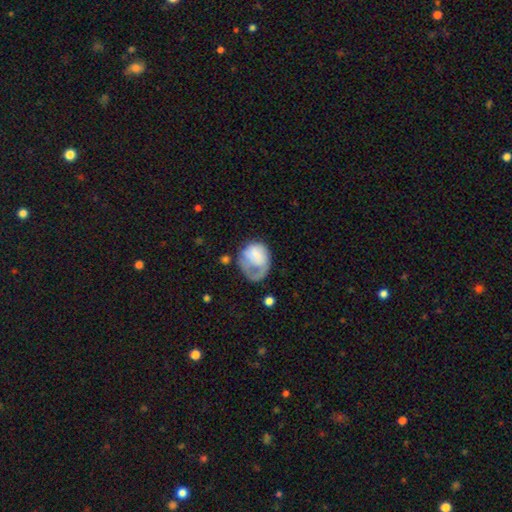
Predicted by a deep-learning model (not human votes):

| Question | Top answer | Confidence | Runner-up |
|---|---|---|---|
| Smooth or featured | smooth | 58% | featured or disk (35%) |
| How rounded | in between | 50% | round (49%) |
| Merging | major disturbance | 47% | minor disturbance (25%) |